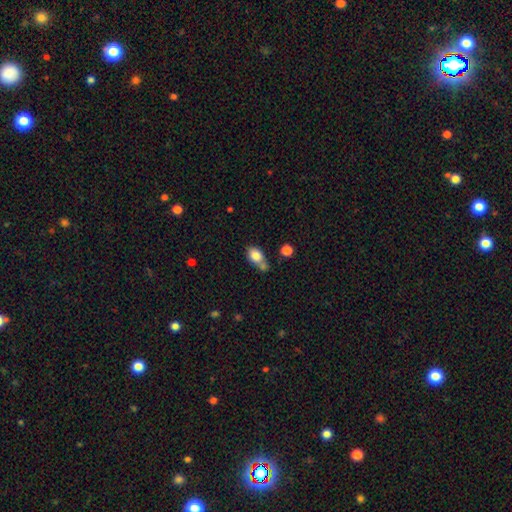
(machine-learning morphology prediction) This appears to be a smooth galaxy with no disk features (82%) that is in between round and cigar-shaped (74%). Merging: none (42%).